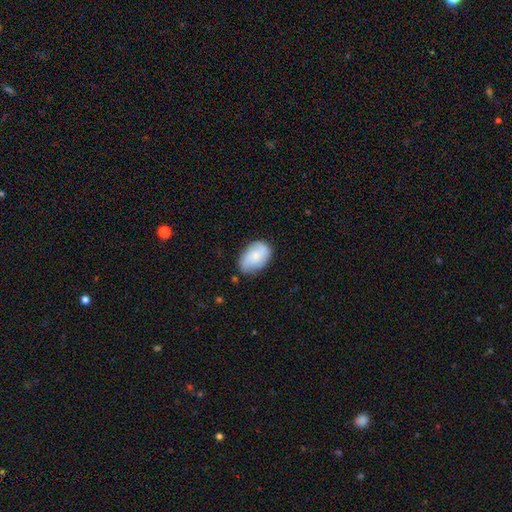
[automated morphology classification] Smooth or featured?
  - smooth: 66% *
  - featured or disk: 28%
  - star or artifact: 7%
How rounded?
  - in between: 86% *
  - round: 12%
  - cigar-shaped: 1%
Merging?
  - none: 68% *
  - minor disturbance: 24%
  - major disturbance: 5%
  - merger: 2%